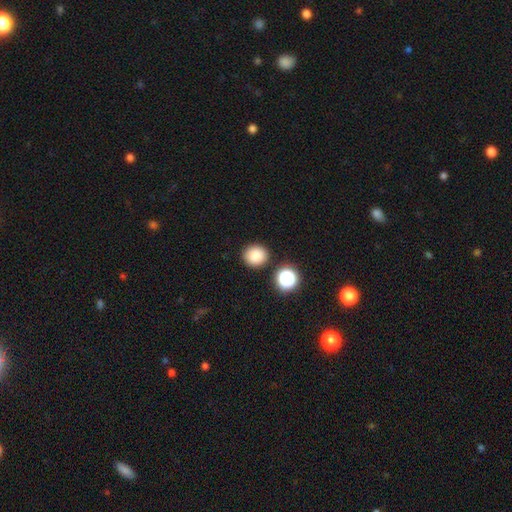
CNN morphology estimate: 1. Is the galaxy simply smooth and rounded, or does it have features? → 84% smooth, 11% star or artifact, 5% featured or disk.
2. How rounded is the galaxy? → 84% round, 15% in between, 1% cigar-shaped.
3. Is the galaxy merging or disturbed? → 86% none, 7% minor disturbance, 4% merger, 2% major disturbance.